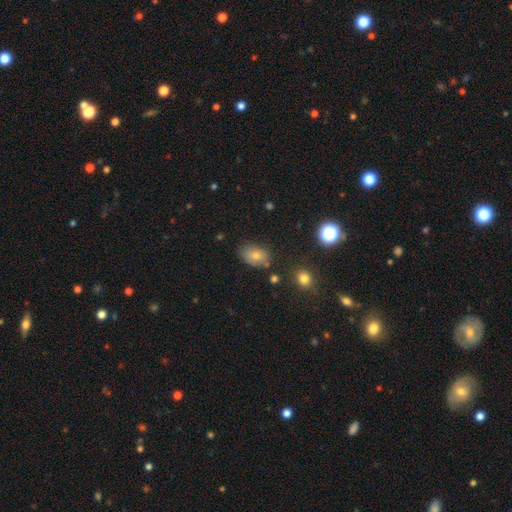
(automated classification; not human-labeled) Overall: smooth (70%). How rounded: in between (78%). Merging: none (76%).